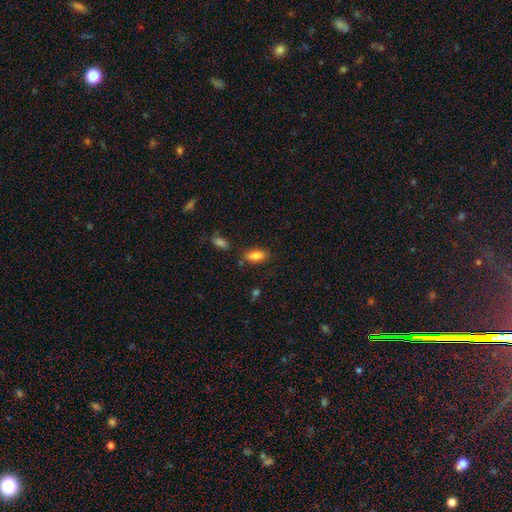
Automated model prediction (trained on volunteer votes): This appears to be a smooth galaxy with no disk features (82%) that is in between round and cigar-shaped (83%). Merging: none (77%).